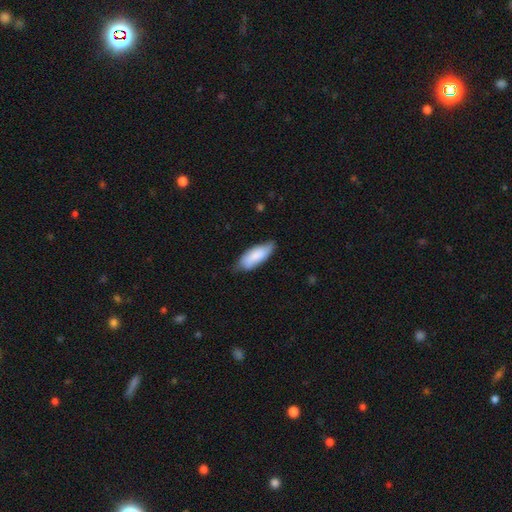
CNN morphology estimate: This appears to be a smooth galaxy with no disk features (80%) that is in between round and cigar-shaped (75%). Merging: none (65%).